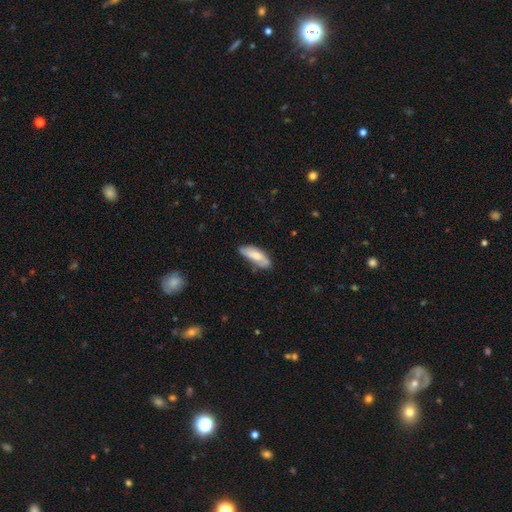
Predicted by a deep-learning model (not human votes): Smooth or featured: smooth — 67% (featured or disk — 27%)
How rounded: in between — 63% (cigar-shaped — 35%)
Merging: none — 65% (minor disturbance — 27%)